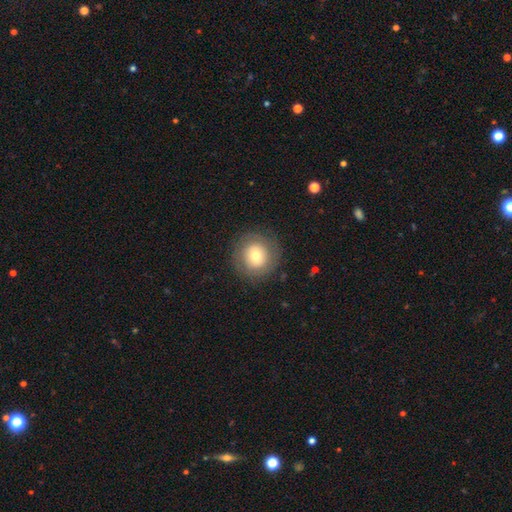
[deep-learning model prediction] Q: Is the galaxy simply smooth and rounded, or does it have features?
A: smooth — 69%.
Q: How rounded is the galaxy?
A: round — 91%.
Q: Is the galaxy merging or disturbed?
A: none — 86%.